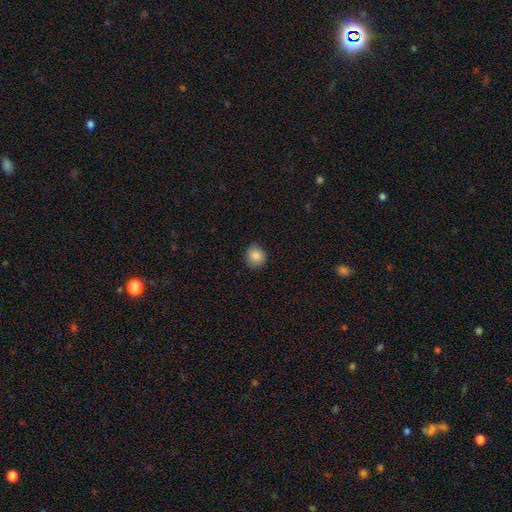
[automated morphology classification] Q: Smooth or featured?
A: smooth (87%); runner-up: star or artifact (9%)
Q: How rounded?
A: round (85%); runner-up: in between (14%)
Q: Merging?
A: none (83%); runner-up: minor disturbance (13%)